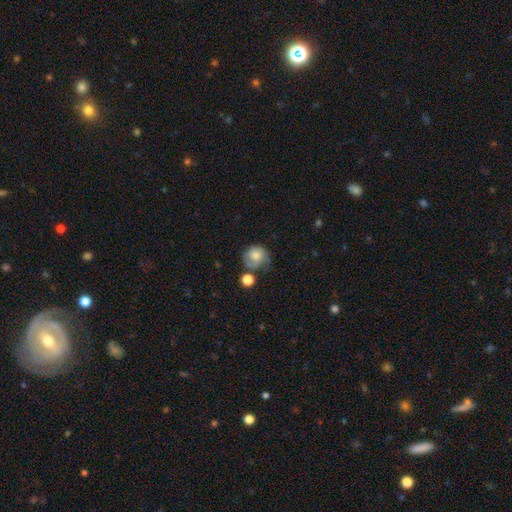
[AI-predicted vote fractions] A smooth galaxy with no disk features (64%) that is round (80%). Merging: none (43%).